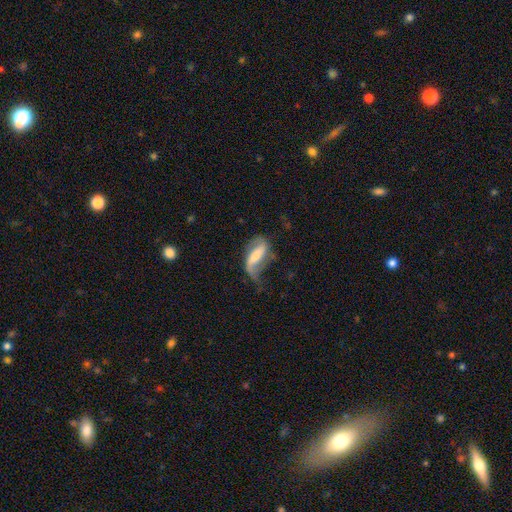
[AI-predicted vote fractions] smooth-or-featured: featured or disk: 63% | smooth: 31% | star or artifact: 6%
  disk-edge-on: no: 88% | yes: 12%
    bar: strong: 47% | weak: 29% | no: 24%
    has-spiral-arms: yes: 82% | no: 18%
    bulge-size: moderate: 38% | small: 37% | large: 12% | none: 10% | dominant: 3%
  merging: none: 37% | major disturbance: 32% | minor disturbance: 28% | merger: 3%